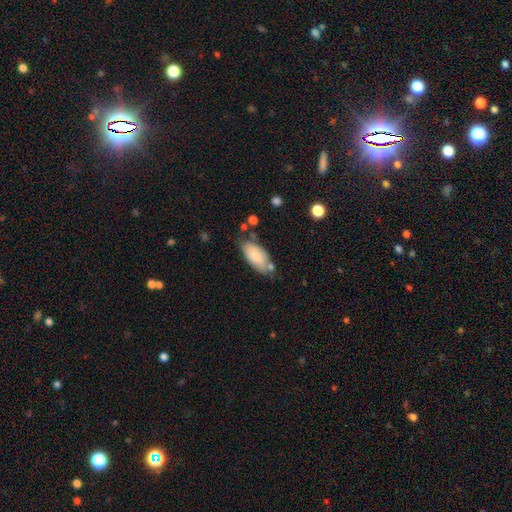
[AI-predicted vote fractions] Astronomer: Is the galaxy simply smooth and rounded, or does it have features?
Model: smooth — 81%.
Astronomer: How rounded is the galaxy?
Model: in between — 88%.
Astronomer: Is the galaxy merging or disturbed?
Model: none — 62%.